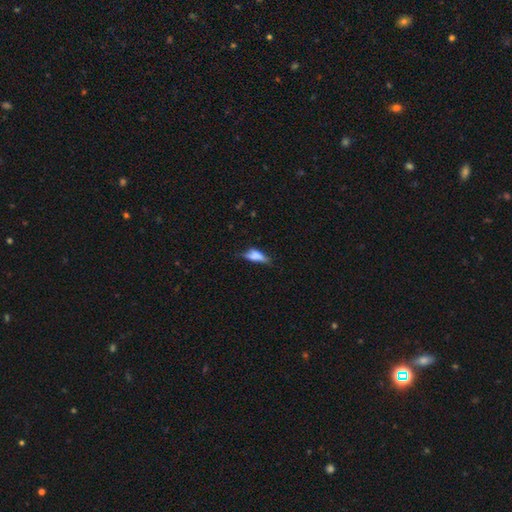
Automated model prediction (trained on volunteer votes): smooth-or-featured: smooth: 64% | featured or disk: 27% | star or artifact: 10%
  how-rounded: in between: 62% | cigar-shaped: 35% | round: 4%
  merging: none: 38% | minor disturbance: 34% | major disturbance: 21% | merger: 7%